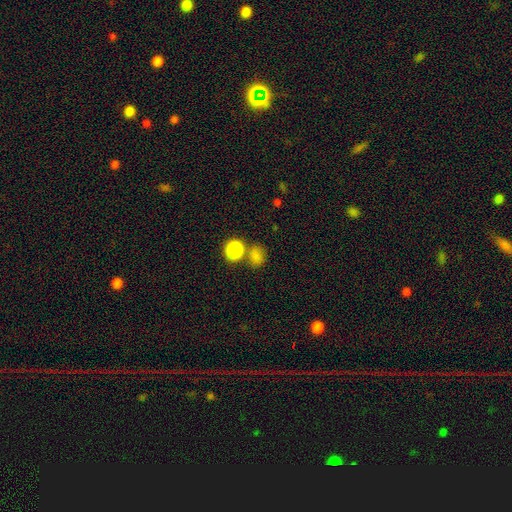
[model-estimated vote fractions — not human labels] Q: Smooth or featured?
A: smooth (75%); runner-up: star or artifact (19%)
Q: How rounded?
A: round (55%); runner-up: in between (44%)
Q: Merging?
A: none (58%); runner-up: merger (24%)